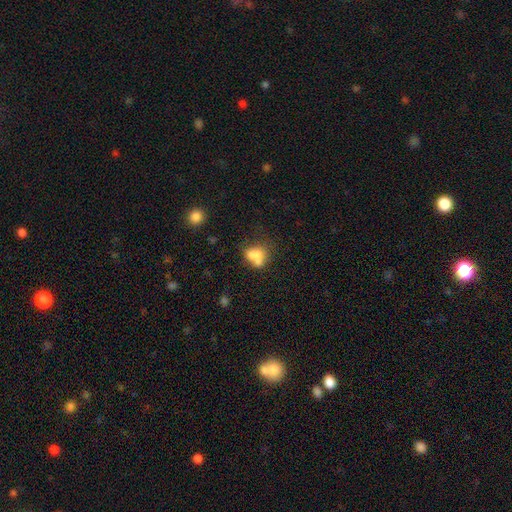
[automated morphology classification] type=smooth (69%); roundness=in between (65%); merging=merger (41%).